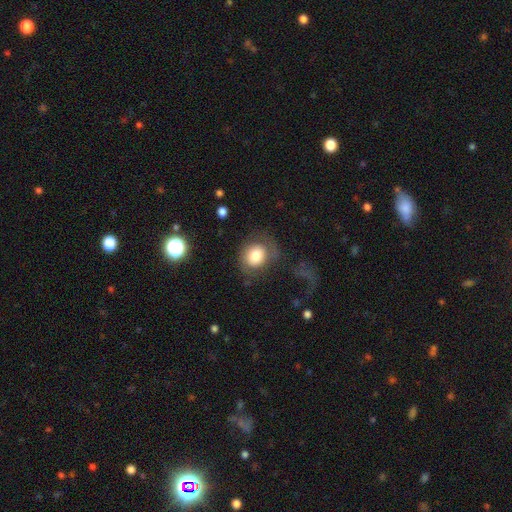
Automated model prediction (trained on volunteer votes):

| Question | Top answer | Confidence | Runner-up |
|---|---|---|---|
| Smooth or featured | smooth | 74% | featured or disk (17%) |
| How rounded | round | 73% | in between (26%) |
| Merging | none | 55% | major disturbance (23%) |